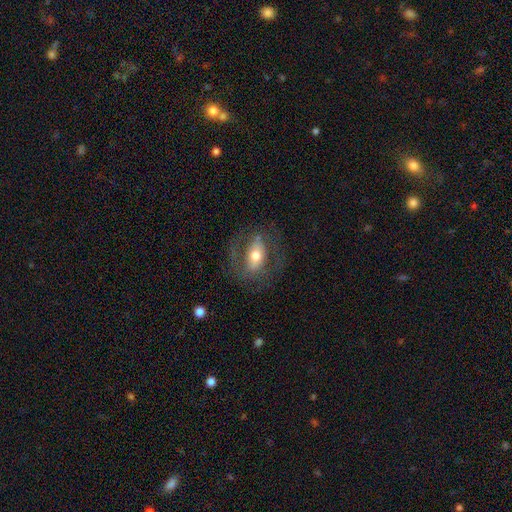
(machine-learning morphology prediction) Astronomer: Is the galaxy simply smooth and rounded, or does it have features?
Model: featured or disk — 54% (runner-up: smooth, 39%).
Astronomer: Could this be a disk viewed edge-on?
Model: no — 88%.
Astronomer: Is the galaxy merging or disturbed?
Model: none — 69%.